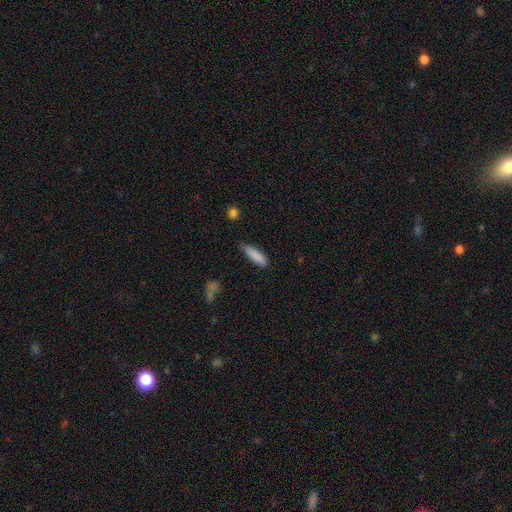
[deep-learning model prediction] Overall: smooth (85%). How rounded: cigar-shaped (62%; in between 37%). Merging: none (80%).